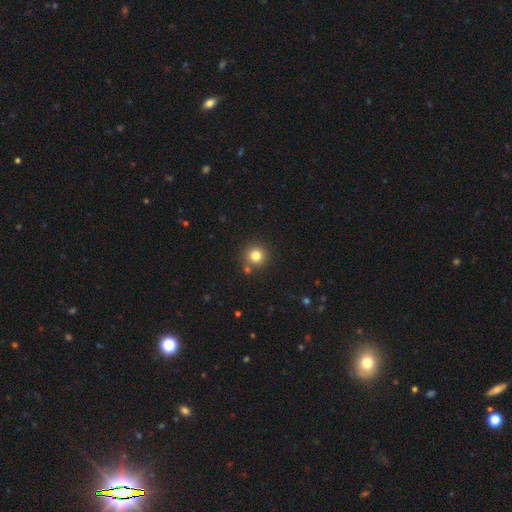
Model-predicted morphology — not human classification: Smooth or featured: smooth — 81% (star or artifact — 12%)
How rounded: round — 94% (in between — 5%)
Merging: none — 82% (merger — 8%)